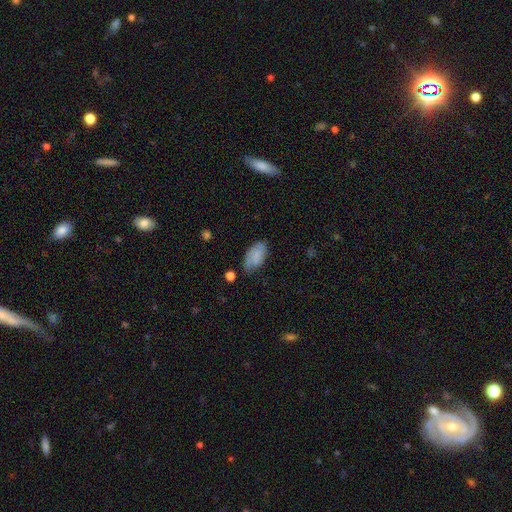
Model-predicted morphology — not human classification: Smooth or featured: smooth — 77% (featured or disk — 15%)
How rounded: in between — 94% (round — 3%)
Merging: none — 64% (minor disturbance — 27%)